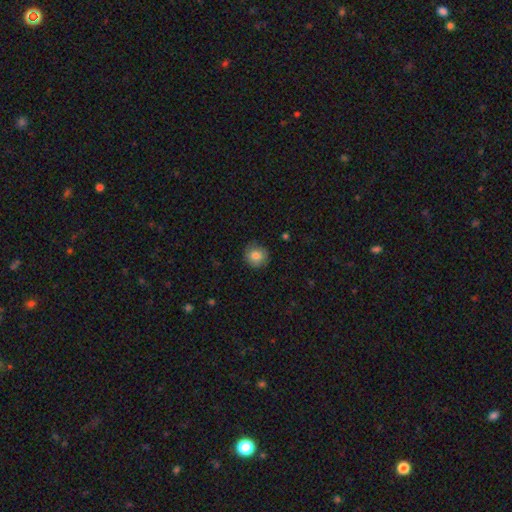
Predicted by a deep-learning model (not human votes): This is clearly a smooth galaxy (82%). How rounded: clearly round (90%). Merging: clearly none (83%).